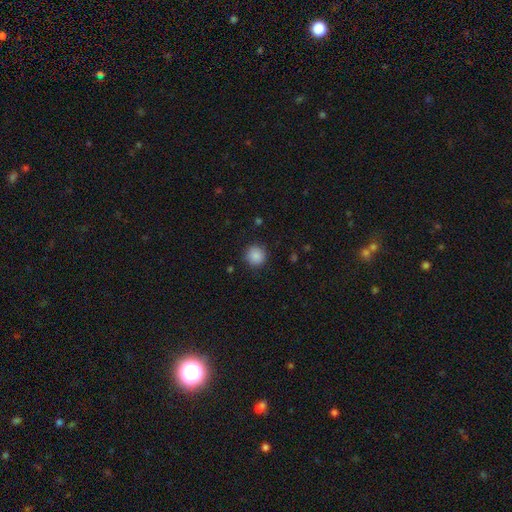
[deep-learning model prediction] smooth 87%, star or artifact 9%, featured or disk 3%. Down the decision tree: how rounded — round (93%); merging — none (88%).